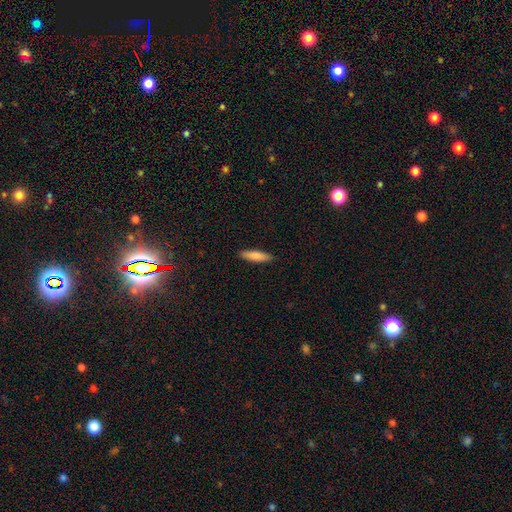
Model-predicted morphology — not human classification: A smooth galaxy with no disk features (83%) that is cigar-shaped (70%). Merging: none (90%).